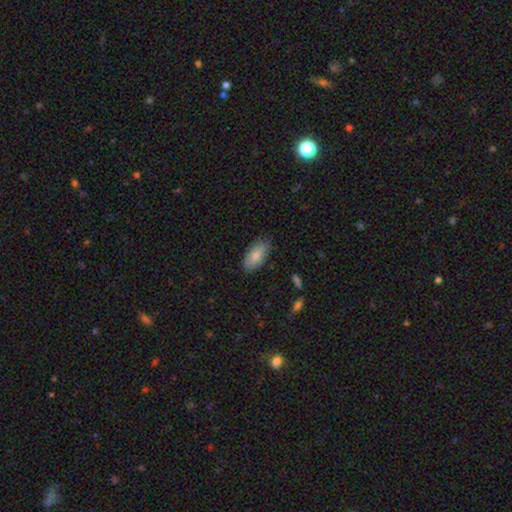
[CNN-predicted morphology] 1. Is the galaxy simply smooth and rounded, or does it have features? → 84% smooth, 10% featured or disk, 6% star or artifact.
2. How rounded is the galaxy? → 92% in between, 6% cigar-shaped, 2% round.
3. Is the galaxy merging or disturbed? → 80% none, 16% minor disturbance, 3% major disturbance, 1% merger.